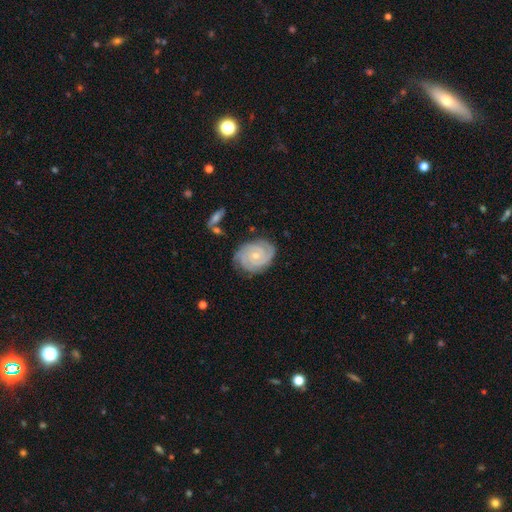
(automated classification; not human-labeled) Q: Smooth or featured?
A: featured or disk (88%); runner-up: smooth (7%)
Q: Edge-on disk?
A: no (98%); runner-up: yes (2%)
Q: Bar?
A: no (71%); runner-up: weak (24%)
Q: Spiral arms?
A: yes (98%); runner-up: no (2%)
Q: Spiral winding?
A: tight (79%); runner-up: medium (18%)
Q: Spiral arm count?
A: 2 (37%); runner-up: 3 (33%)
Q: Bulge size?
A: small (65%); runner-up: moderate (32%)
Q: Merging?
A: none (79%); runner-up: minor disturbance (16%)